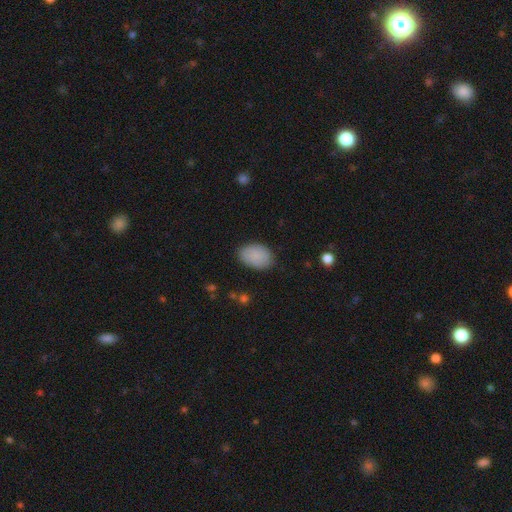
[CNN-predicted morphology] A smooth galaxy with no disk features (84%) that is in between round and cigar-shaped (87%).

Vote fractions:
- Smooth or featured? smooth: 84% / featured or disk: 9% / star or artifact: 7%
- How rounded? in between: 87% / round: 12% / cigar-shaped: 1%
- Merging? none: 82% / minor disturbance: 14% / major disturbance: 3% / merger: 1%